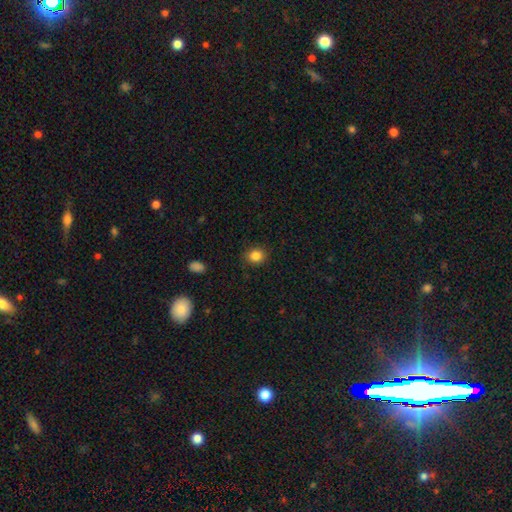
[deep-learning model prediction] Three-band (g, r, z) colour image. It shows a smooth galaxy with no disk features (85%) that is round (75%). Merging: none (89%).